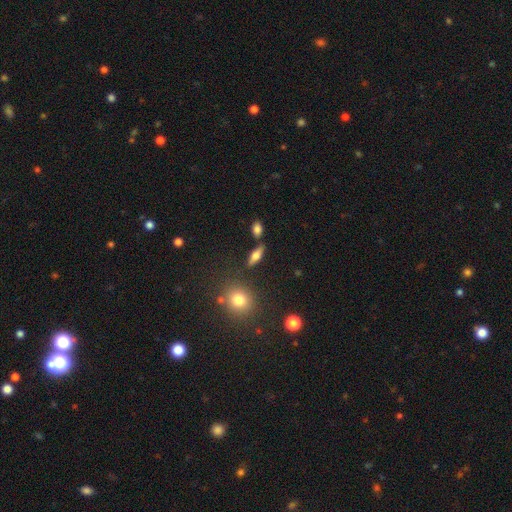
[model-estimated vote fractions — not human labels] Smooth or featured? smooth (51%)
How rounded? in between (56%)
Merging? none (76%)